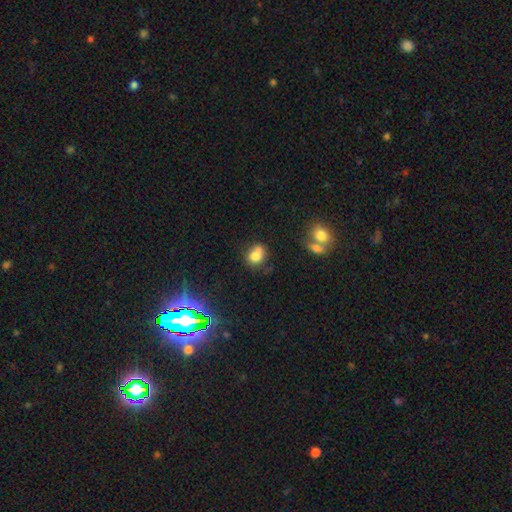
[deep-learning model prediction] A smooth galaxy with no disk features (75%) that is in between round and cigar-shaped (54%).

Vote fractions:
- Smooth or featured? smooth: 75% / star or artifact: 13% / featured or disk: 13%
- How rounded? in between: 54% / round: 45% / cigar-shaped: 1%
- Merging? none: 44% / minor disturbance: 26% / merger: 20% / major disturbance: 11%